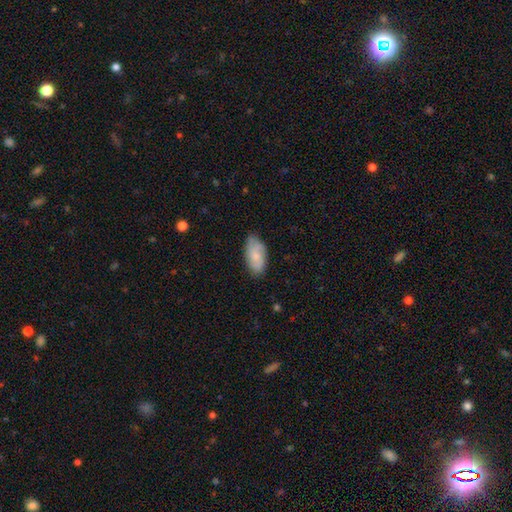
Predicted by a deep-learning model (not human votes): Q: Smooth or featured?
A: smooth (68%); runner-up: featured or disk (26%)
Q: How rounded?
A: in between (93%); runner-up: cigar-shaped (5%)
Q: Merging?
A: none (78%); runner-up: minor disturbance (18%)